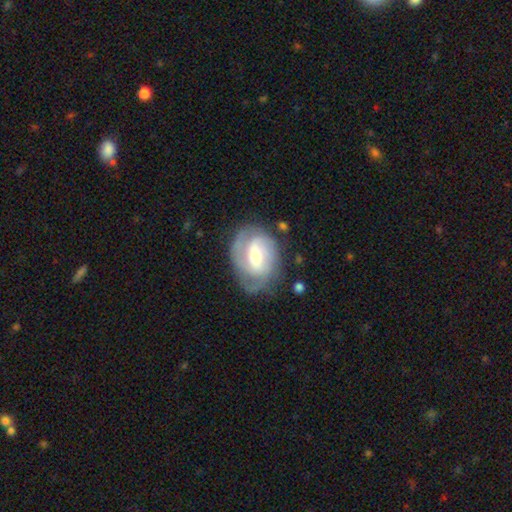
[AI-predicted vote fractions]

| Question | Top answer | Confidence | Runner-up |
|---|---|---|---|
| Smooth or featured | featured or disk | 78% | smooth (17%) |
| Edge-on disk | no | 97% | yes (3%) |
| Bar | weak | 50% | strong (30%) |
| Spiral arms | yes | 91% | no (9%) |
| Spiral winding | tight | 54% | medium (36%) |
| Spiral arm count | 2 | 54% | can't tell (21%) |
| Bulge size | moderate | 57% | small (29%) |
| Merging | none | 68% | minor disturbance (21%) |